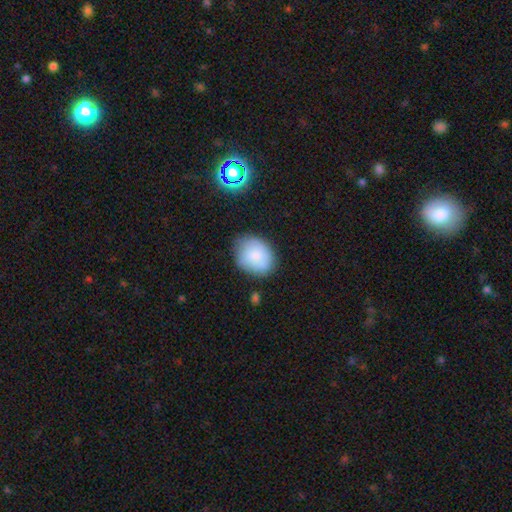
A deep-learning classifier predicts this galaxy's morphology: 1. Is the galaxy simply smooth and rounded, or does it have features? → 74% smooth, 18% featured or disk, 8% star or artifact.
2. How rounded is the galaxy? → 52% in between, 47% round, 1% cigar-shaped.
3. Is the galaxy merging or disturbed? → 67% none, 23% minor disturbance, 6% major disturbance, 4% merger.